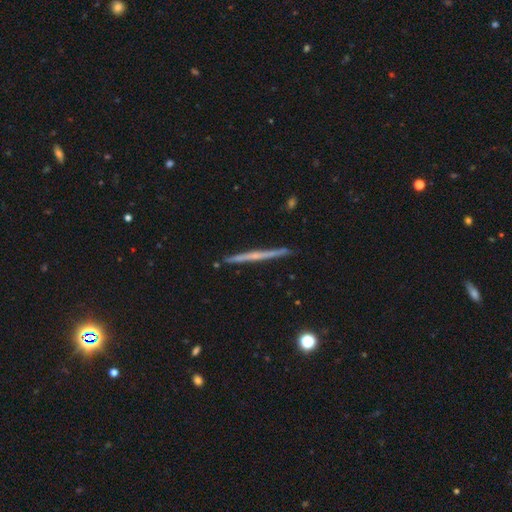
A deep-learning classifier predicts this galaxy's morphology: Q: Smooth or featured?
A: featured or disk (67%); runner-up: smooth (27%)
Q: Edge-on disk?
A: yes (98%); runner-up: no (2%)
Q: Edge-on bulge?
A: none (69%); runner-up: rounded (26%)
Q: Merging?
A: none (92%); runner-up: minor disturbance (6%)